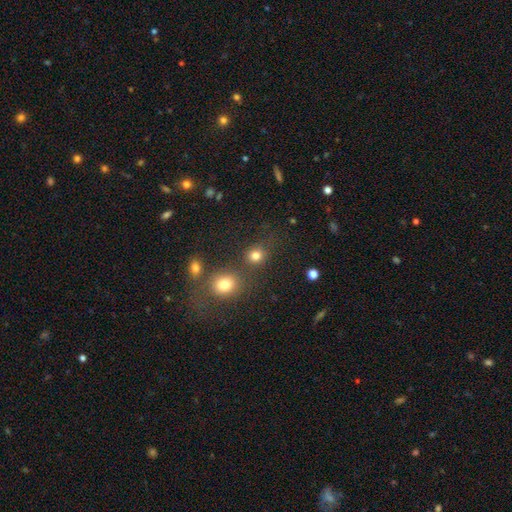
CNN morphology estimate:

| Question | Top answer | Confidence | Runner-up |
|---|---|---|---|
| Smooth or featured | smooth | 79% | star or artifact (15%) |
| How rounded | round | 81% | in between (18%) |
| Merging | none | 71% | merger (15%) |